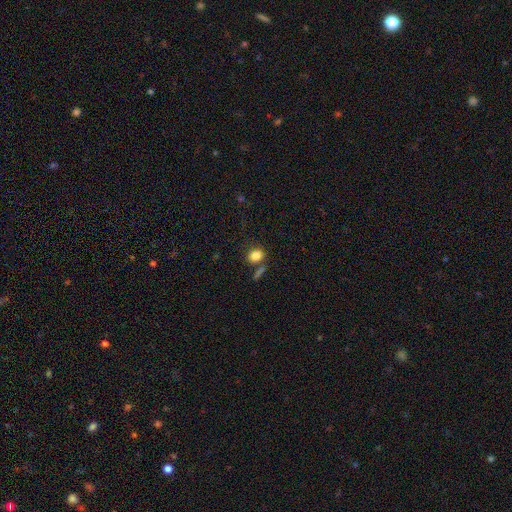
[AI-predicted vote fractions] A smooth galaxy with no disk features (83%) that is round (51%). Merging: none (69%).